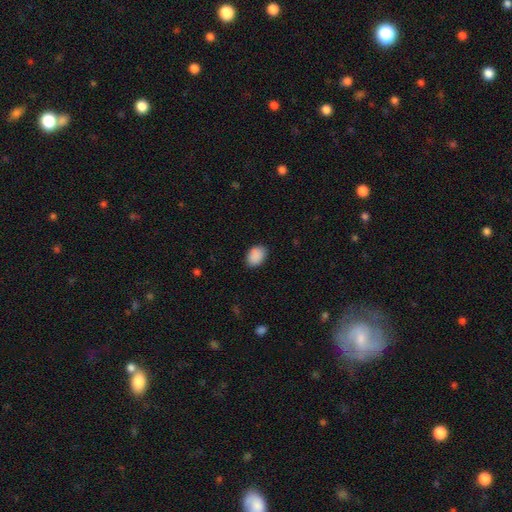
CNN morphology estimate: This appears to be a smooth galaxy with no disk features (90%) that is in between round and cigar-shaped (78%). Merging: none (85%).